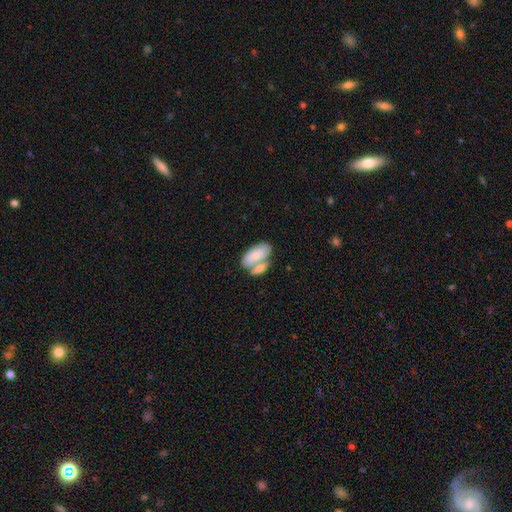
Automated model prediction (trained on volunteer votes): Smooth or featured?
  - smooth: 75% *
  - featured or disk: 19%
  - star or artifact: 5%
How rounded?
  - in between: 93% *
  - cigar-shaped: 5%
  - round: 3%
Merging?
  - merger: 56% *
  - none: 29%
  - minor disturbance: 11%
  - major disturbance: 5%